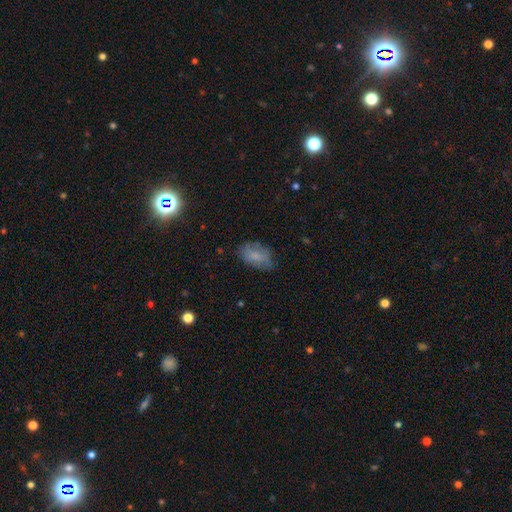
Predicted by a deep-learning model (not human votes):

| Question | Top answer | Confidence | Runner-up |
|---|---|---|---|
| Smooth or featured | smooth | 72% | featured or disk (18%) |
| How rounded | in between | 90% | round (8%) |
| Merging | none | 65% | minor disturbance (25%) |